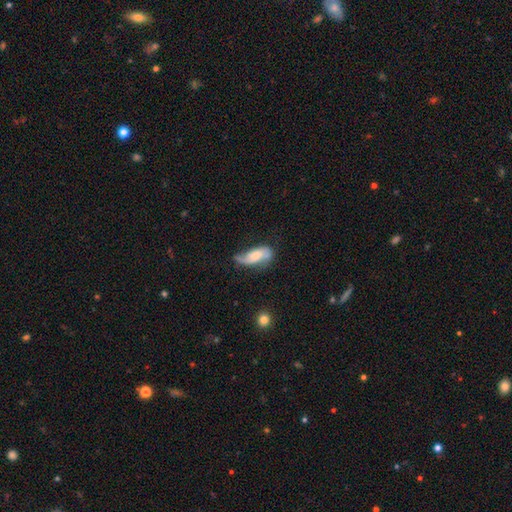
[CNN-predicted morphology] type=featured or disk (52%); edge-on=no (90%); merging=none (42%).